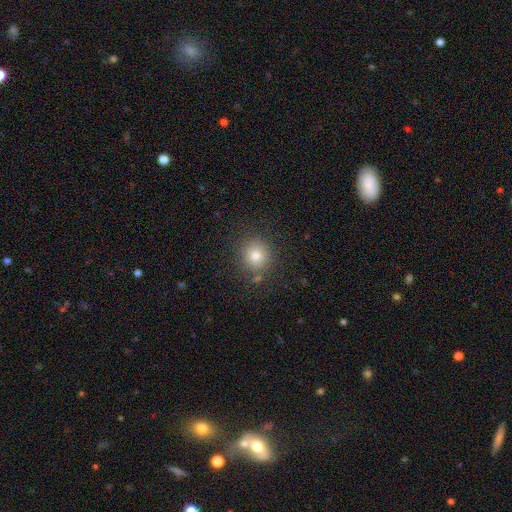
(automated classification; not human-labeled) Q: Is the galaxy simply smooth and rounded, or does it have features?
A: smooth — 78%.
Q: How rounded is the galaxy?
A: round — 91%.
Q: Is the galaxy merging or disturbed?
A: none — 84%.